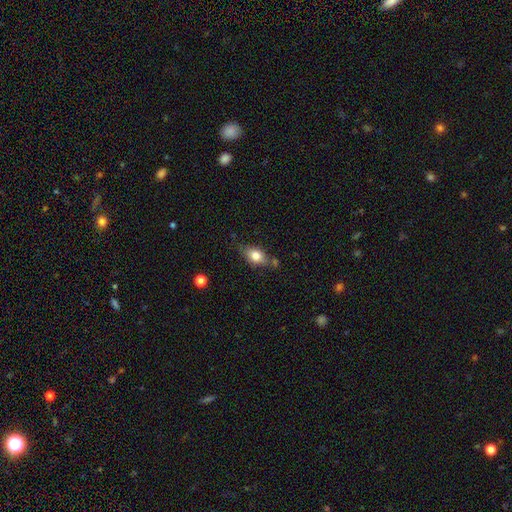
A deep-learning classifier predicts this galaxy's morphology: A smooth galaxy with no disk features (76%) that is in between round and cigar-shaped (76%).

Vote fractions:
- Smooth or featured? smooth: 76% / featured or disk: 15% / star or artifact: 8%
- How rounded? in between: 76% / round: 18% / cigar-shaped: 6%
- Merging? none: 63% / minor disturbance: 23% / merger: 8% / major disturbance: 6%